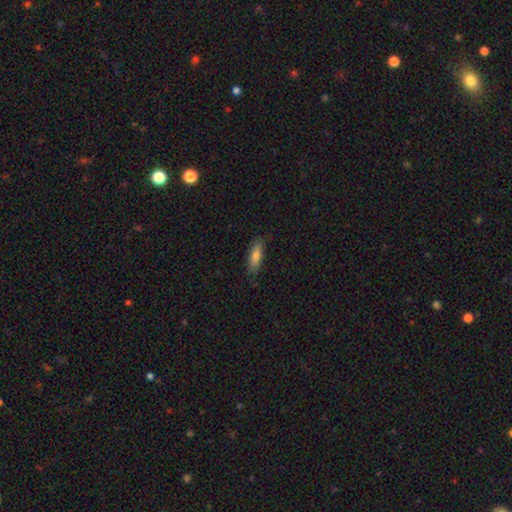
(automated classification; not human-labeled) Smooth or featured? smooth (78%)
How rounded? cigar-shaped (53%)
Merging? none (84%)